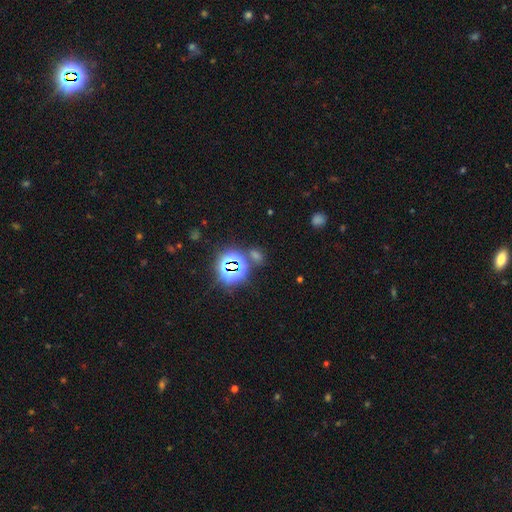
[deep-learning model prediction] A star or artifact, not a galaxy (64%).